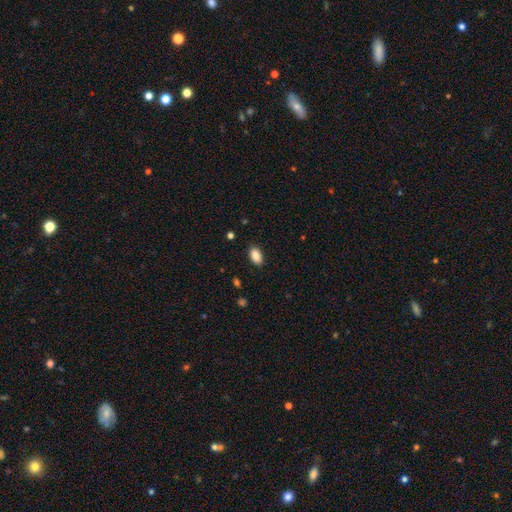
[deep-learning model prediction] A smooth galaxy with no disk features (88%) that is in between round and cigar-shaped (92%). Merging: none (88%).